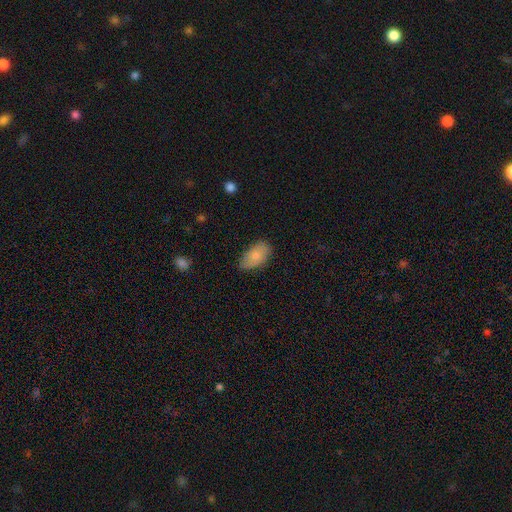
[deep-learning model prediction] smooth_or_featured: smooth (p=0.78) [alt: featured or disk p=0.15]
how_rounded: in between (p=0.94) [alt: round p=0.04]
merging: none (p=0.74) [alt: minor disturbance p=0.21]